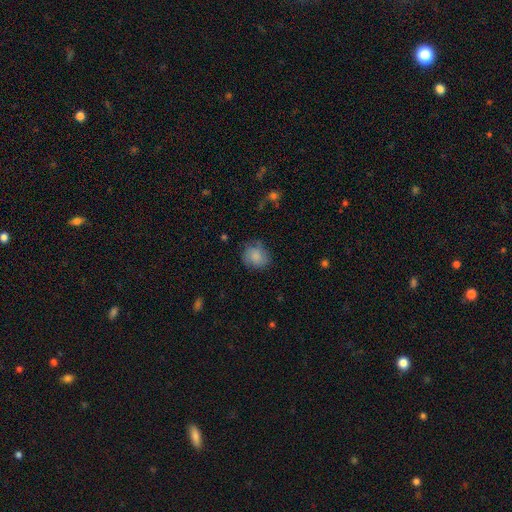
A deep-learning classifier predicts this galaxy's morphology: Smooth or featured?
  - smooth: 74% *
  - featured or disk: 18%
  - star or artifact: 8%
How rounded?
  - round: 74% *
  - in between: 25%
  - cigar-shaped: 1%
Merging?
  - none: 72% *
  - minor disturbance: 20%
  - major disturbance: 7%
  - merger: 1%